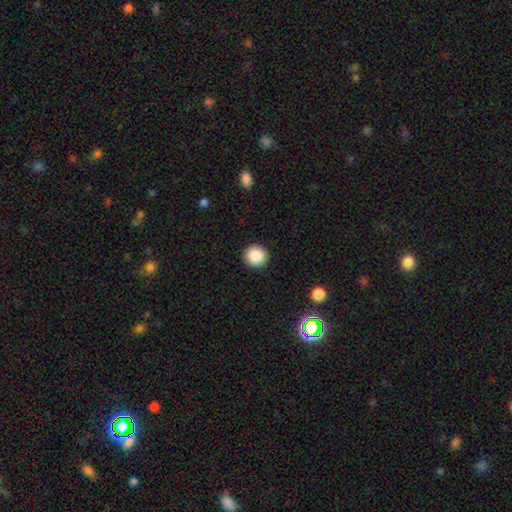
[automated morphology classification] Smooth or featured? smooth (88%)
How rounded? round (94%)
Merging? none (92%)